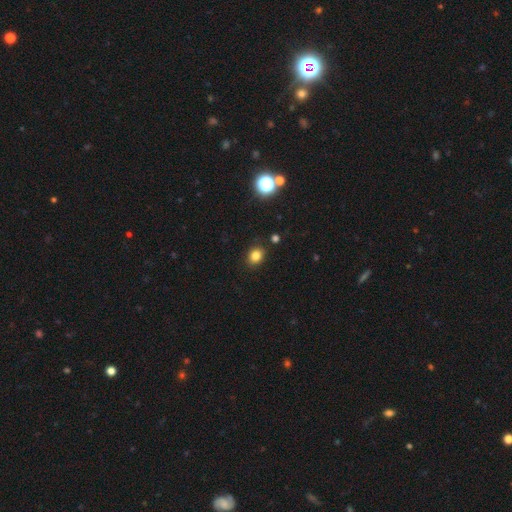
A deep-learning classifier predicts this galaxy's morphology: smooth_or_featured: smooth (p=0.81) [alt: star or artifact p=0.14]
how_rounded: round (p=0.56) [alt: in between p=0.43]
merging: none (p=0.85) [alt: minor disturbance p=0.10]